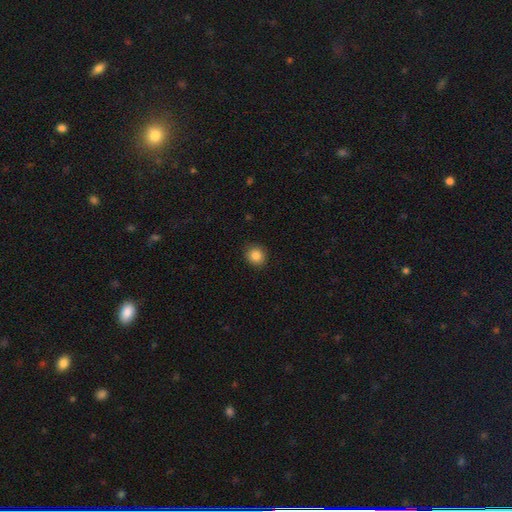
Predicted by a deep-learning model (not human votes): smooth-or-featured: smooth: 86% | star or artifact: 10% | featured or disk: 4%
  how-rounded: round: 84% | in between: 15% | cigar-shaped: 1%
  merging: none: 90% | minor disturbance: 7% | major disturbance: 2% | merger: 1%